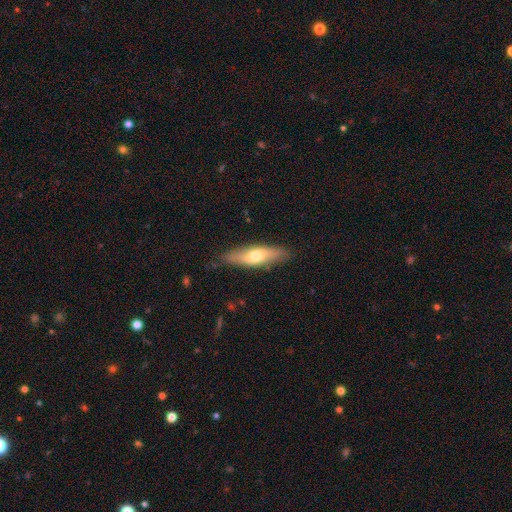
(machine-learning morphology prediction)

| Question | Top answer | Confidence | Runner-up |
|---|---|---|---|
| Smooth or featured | smooth | 55% | featured or disk (40%) |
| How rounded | cigar-shaped | 60% | in between (38%) |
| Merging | none | 83% | minor disturbance (14%) |